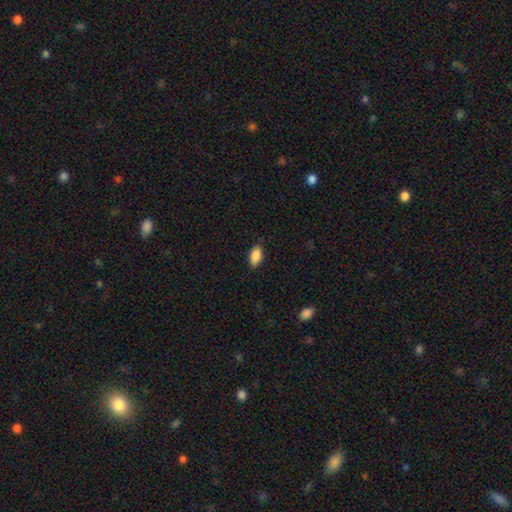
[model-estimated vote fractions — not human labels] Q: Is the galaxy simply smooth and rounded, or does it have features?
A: smooth — 88%.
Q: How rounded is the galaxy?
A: in between — 92%.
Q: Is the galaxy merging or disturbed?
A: none — 84%.